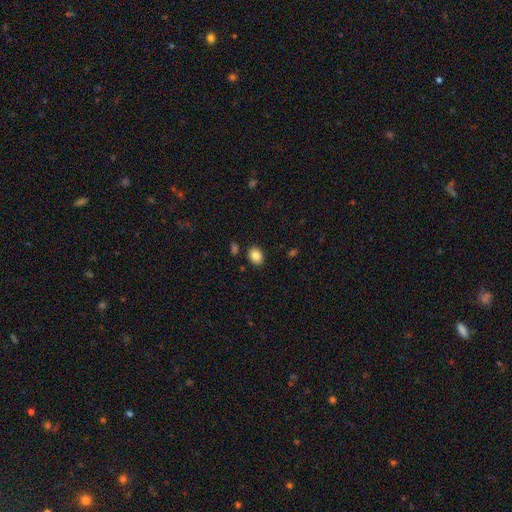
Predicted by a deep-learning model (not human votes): Overall: smooth (85%). How rounded: in between (65%; round 34%). Merging: none (87%).